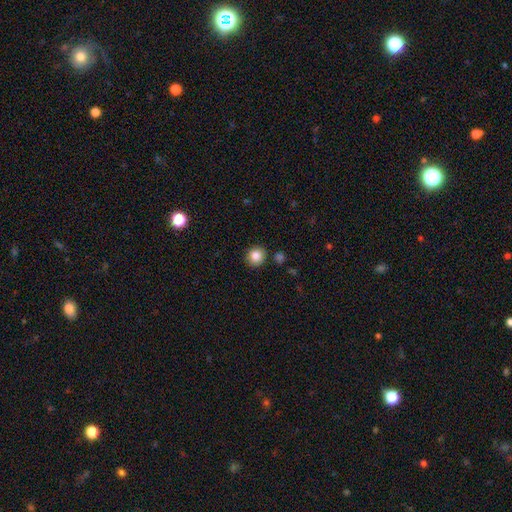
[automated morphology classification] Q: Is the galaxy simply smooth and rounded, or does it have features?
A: smooth — 84%.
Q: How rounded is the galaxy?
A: round — 87%.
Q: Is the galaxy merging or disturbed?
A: none — 88%.